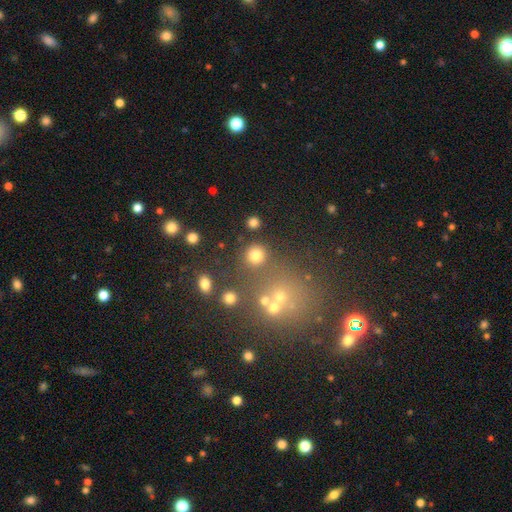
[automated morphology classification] The model was most divided on "smooth or featured": smooth: 78%, star or artifact: 15%, featured or disk: 8%. More confident: how rounded — round (91%); merging — none (78%).